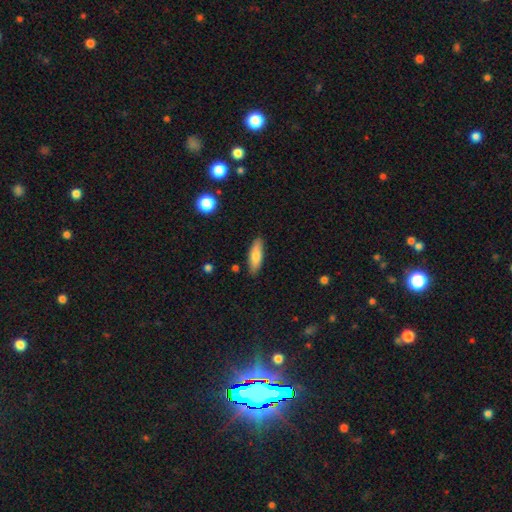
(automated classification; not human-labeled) smooth_or_featured: smooth (p=0.77) [alt: featured or disk p=0.17]
how_rounded: in between (p=0.53) [alt: cigar-shaped p=0.45]
merging: none (p=0.86) [alt: minor disturbance p=0.10]